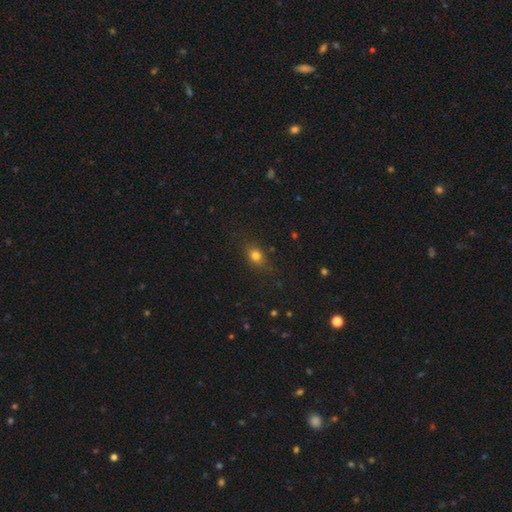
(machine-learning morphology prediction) Smooth or featured?
  - smooth: 77% *
  - star or artifact: 14%
  - featured or disk: 9%
How rounded?
  - in between: 59% *
  - round: 38%
  - cigar-shaped: 3%
Merging?
  - none: 81% *
  - minor disturbance: 14%
  - major disturbance: 4%
  - merger: 1%